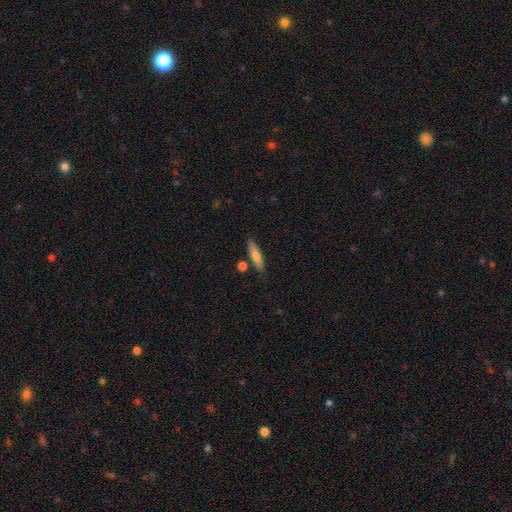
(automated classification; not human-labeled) smooth 73%, featured or disk 21%, star or artifact 6%. Down the decision tree: how rounded — cigar-shaped (75%); merging — none (82%).